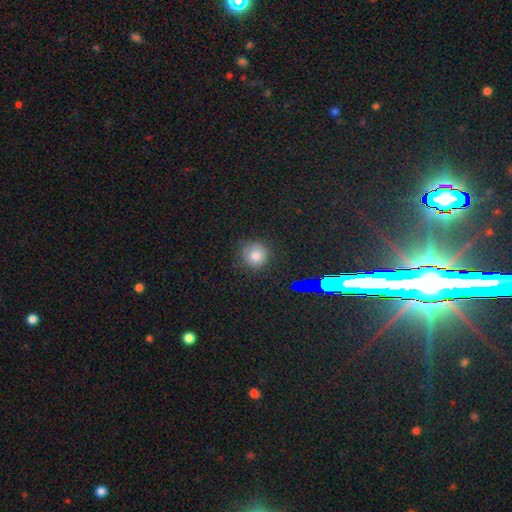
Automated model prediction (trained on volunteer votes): Smooth or featured? smooth (76%)
How rounded? round (92%)
Merging? none (81%)